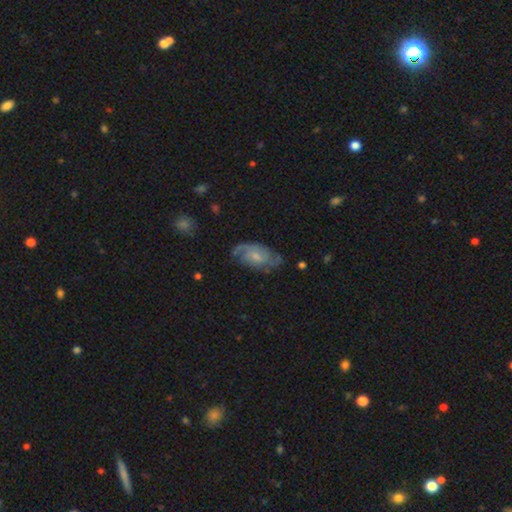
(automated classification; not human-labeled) Smooth or featured: featured or disk — 74% (smooth — 19%)
Edge-on disk: no — 95% (yes — 5%)
Bar: no — 57% (weak — 38%)
Spiral arms: yes — 92% (no — 8%)
Spiral winding: medium — 45% (tight — 36%)
Spiral arm count: 2 — 62% (can't tell — 19%)
Bulge size: small — 52% (moderate — 37%)
Merging: none — 68% (minor disturbance — 21%)